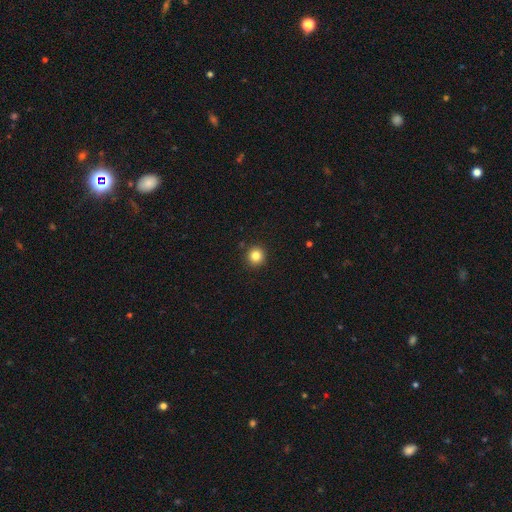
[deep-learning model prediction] smooth_or_featured: smooth (p=0.83) [alt: star or artifact p=0.11]
how_rounded: round (p=0.95) [alt: in between p=0.05]
merging: none (p=0.92) [alt: minor disturbance p=0.05]